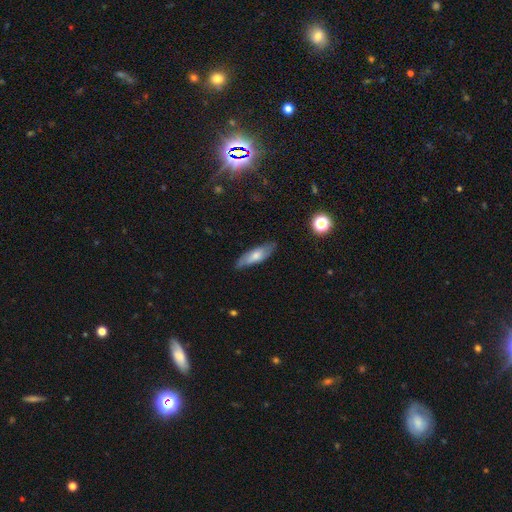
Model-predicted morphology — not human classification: Smooth or featured?
  - smooth: 62% *
  - featured or disk: 32%
  - star or artifact: 7%
How rounded?
  - in between: 50% *
  - cigar-shaped: 48%
  - round: 2%
Merging?
  - none: 80% *
  - minor disturbance: 16%
  - major disturbance: 3%
  - merger: 1%